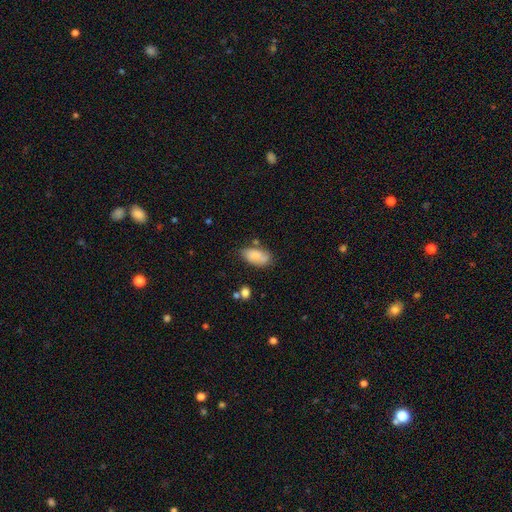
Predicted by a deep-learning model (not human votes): smooth 77%, featured or disk 16%, star or artifact 7%. Down the decision tree: how rounded — in between (92%); merging — none (61%).